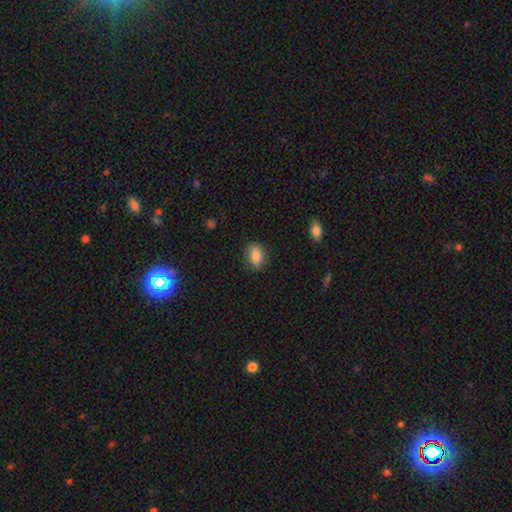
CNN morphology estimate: The model was most divided on "how rounded": in between: 73%, round: 25%, cigar-shaped: 2%. More confident: merging — none (85%); smooth or featured — smooth (83%).